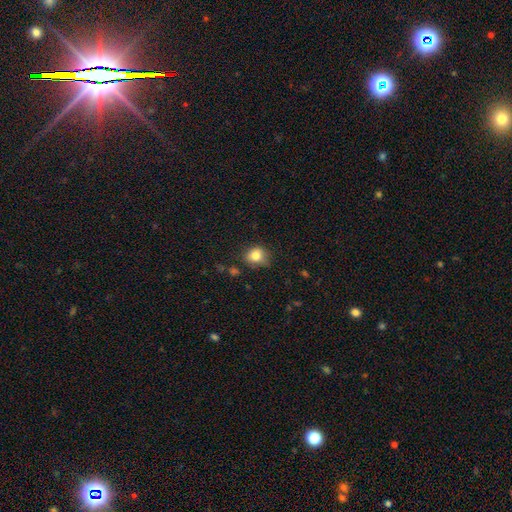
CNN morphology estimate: A smooth galaxy with no disk features (81%) that is round (71%).

Vote fractions:
- Smooth or featured? smooth: 81% / star or artifact: 11% / featured or disk: 8%
- How rounded? round: 71% / in between: 28% / cigar-shaped: 1%
- Merging? none: 71% / minor disturbance: 21% / major disturbance: 5% / merger: 2%